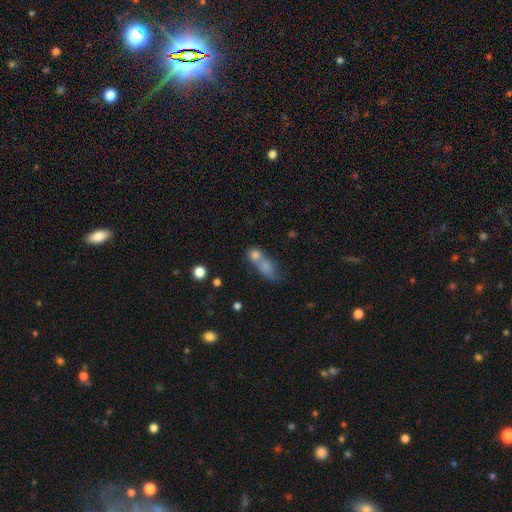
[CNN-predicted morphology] Smooth or featured?
  - smooth: 71% *
  - featured or disk: 17%
  - star or artifact: 12%
How rounded?
  - in between: 56% *
  - round: 28%
  - cigar-shaped: 16%
Merging?
  - merger: 58% *
  - none: 25%
  - minor disturbance: 10%
  - major disturbance: 8%